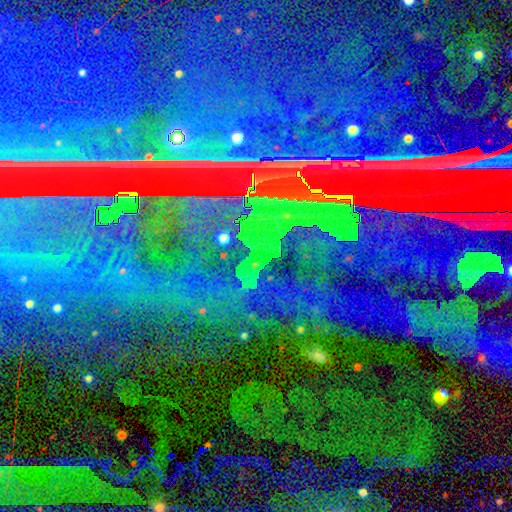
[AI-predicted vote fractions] Morphology: type=star or artifact (81%).